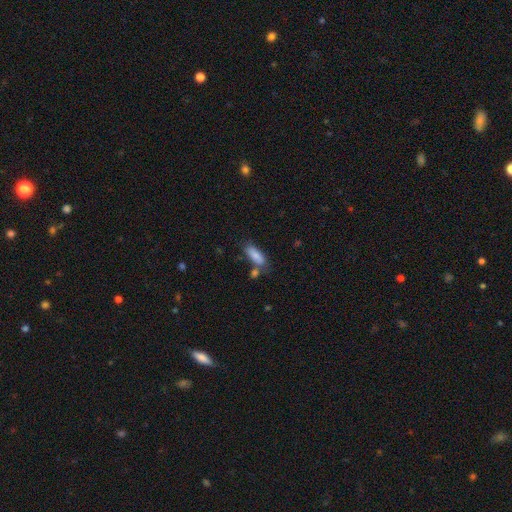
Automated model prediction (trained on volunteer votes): A smooth galaxy with no disk features (84%) that is in between round and cigar-shaped (70%).

Vote fractions:
- Smooth or featured? smooth: 84% / featured or disk: 9% / star or artifact: 7%
- How rounded? in between: 70% / cigar-shaped: 28% / round: 2%
- Merging? none: 58% / merger: 19% / minor disturbance: 17% / major disturbance: 5%